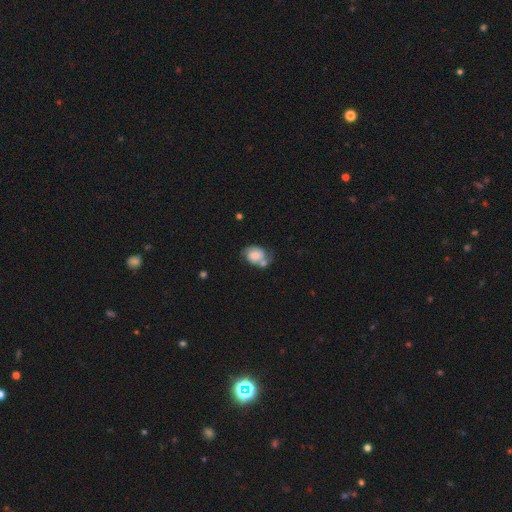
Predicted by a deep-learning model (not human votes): Smooth or featured?
  - smooth: 53% *
  - featured or disk: 38%
  - star or artifact: 9%
How rounded?
  - in between: 61% *
  - round: 38%
  - cigar-shaped: 1%
Merging?
  - none: 40% *
  - merger: 26%
  - minor disturbance: 24%
  - major disturbance: 11%